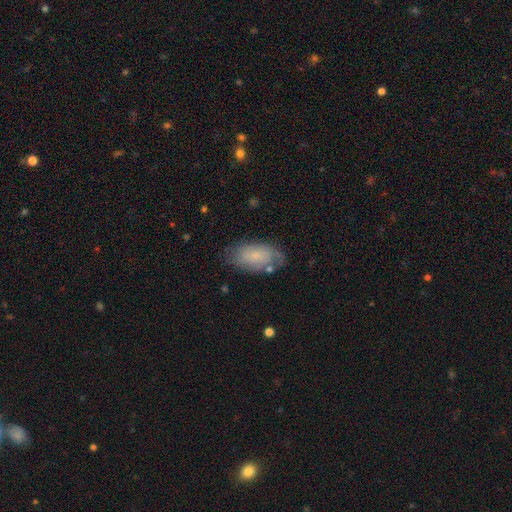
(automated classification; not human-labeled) smooth_or_featured: smooth (p=0.67) [alt: featured or disk p=0.26]
how_rounded: in between (p=0.93) [alt: cigar-shaped p=0.04]
merging: none (p=0.68) [alt: minor disturbance p=0.22]